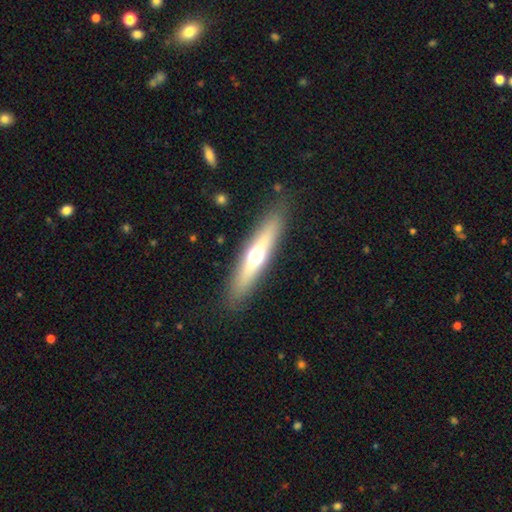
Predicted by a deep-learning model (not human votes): This is possibly a featured or disk galaxy (49%). Merging: clearly none (88%).